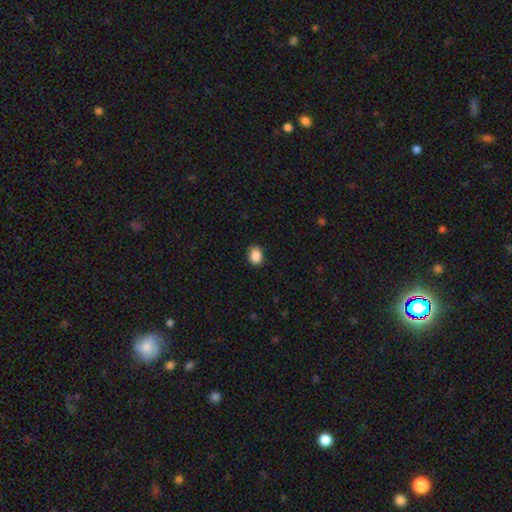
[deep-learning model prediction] smooth-or-featured: smooth: 89% | star or artifact: 8% | featured or disk: 3%
  how-rounded: in between: 63% | round: 37% | cigar-shaped: 1%
  merging: none: 88% | minor disturbance: 9% | major disturbance: 2% | merger: 1%